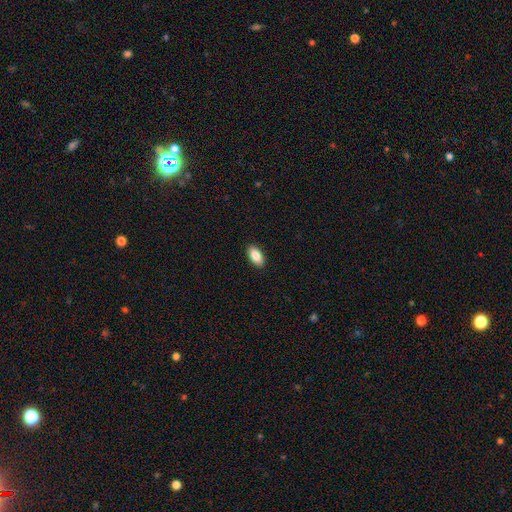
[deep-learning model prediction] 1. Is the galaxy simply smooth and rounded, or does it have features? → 86% smooth, 7% featured or disk, 7% star or artifact.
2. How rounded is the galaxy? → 92% in between, 5% cigar-shaped, 3% round.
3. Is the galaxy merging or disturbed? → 90% none, 7% minor disturbance, 2% major disturbance, 1% merger.